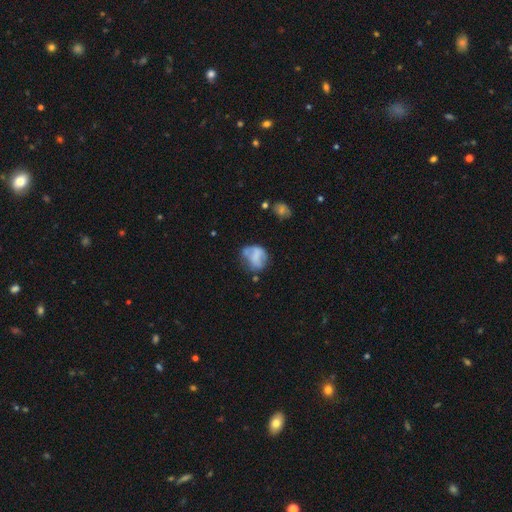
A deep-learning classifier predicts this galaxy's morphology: type=smooth (53%); roundness=in between (52%); merging=none (37%).